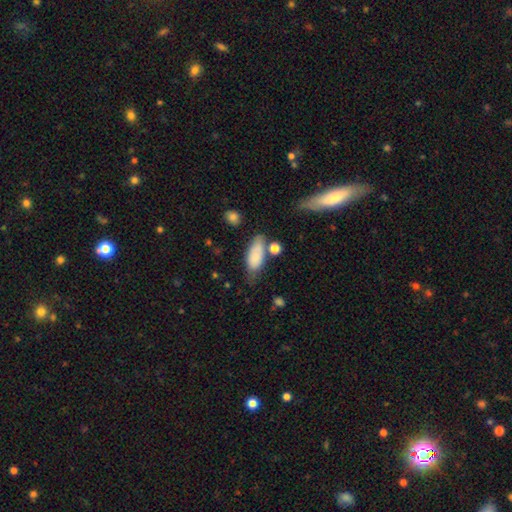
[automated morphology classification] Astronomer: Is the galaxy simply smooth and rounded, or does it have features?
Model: smooth — 80%.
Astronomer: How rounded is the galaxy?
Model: in between — 84%.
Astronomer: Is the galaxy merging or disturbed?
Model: none — 55%.